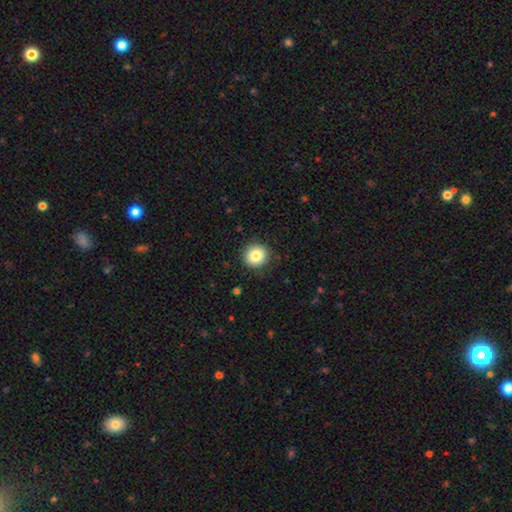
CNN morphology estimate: Smooth or featured? smooth (84%)
How rounded? round (93%)
Merging? none (89%)